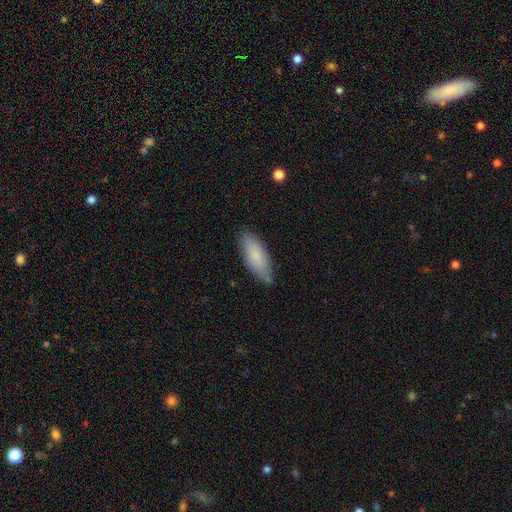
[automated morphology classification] smooth 81%, featured or disk 13%, star or artifact 6%. Down the decision tree: how rounded — in between (71%); merging — none (78%).